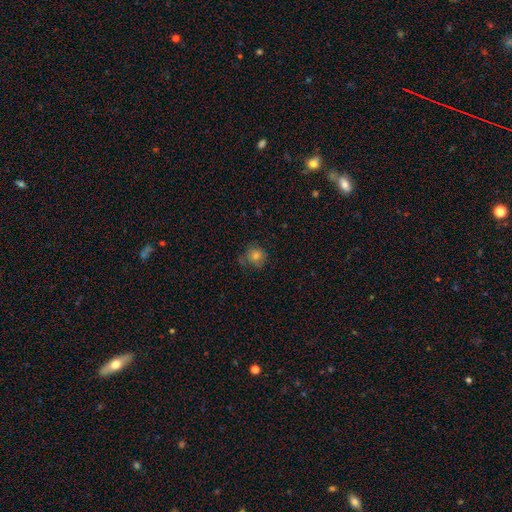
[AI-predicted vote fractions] Smooth or featured?
  - smooth: 72% *
  - star or artifact: 15%
  - featured or disk: 13%
How rounded?
  - round: 86% *
  - in between: 13%
  - cigar-shaped: 1%
Merging?
  - none: 66% *
  - minor disturbance: 23%
  - major disturbance: 8%
  - merger: 4%